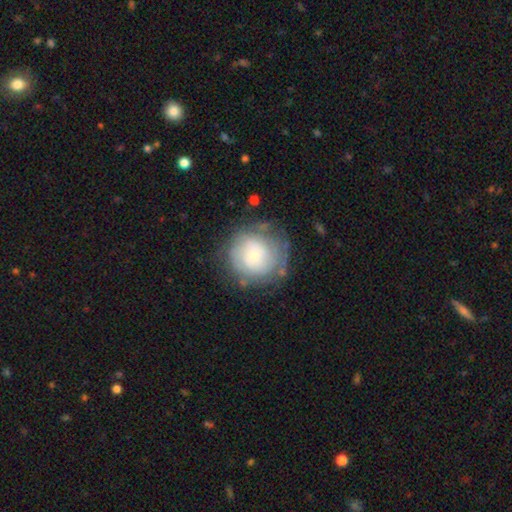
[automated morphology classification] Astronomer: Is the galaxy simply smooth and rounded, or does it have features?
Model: smooth — 47% (runner-up: featured or disk, 44%).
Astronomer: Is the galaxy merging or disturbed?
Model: none — 69%.